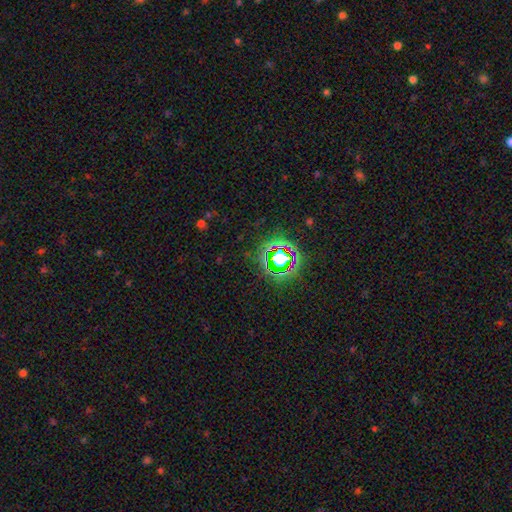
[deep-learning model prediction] A star or artifact, not a galaxy (78%).

Vote fractions:
- Smooth or featured? star or artifact: 78% / smooth: 14% / featured or disk: 8%